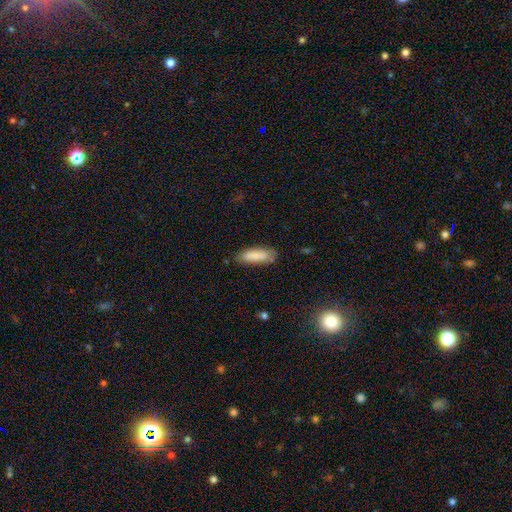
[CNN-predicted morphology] A smooth galaxy with no disk features (84%) that is in between round and cigar-shaped (59%). Merging: none (75%).